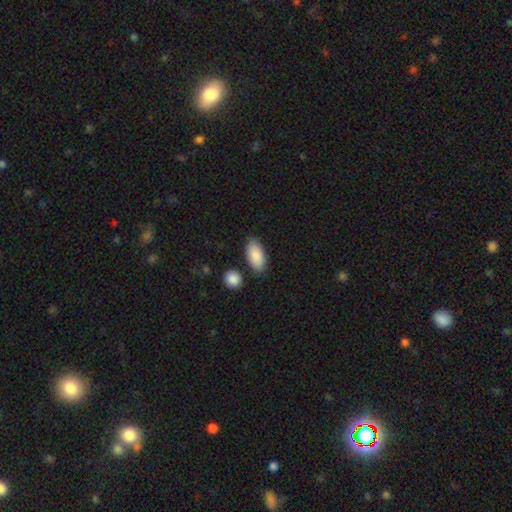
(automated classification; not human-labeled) smooth 88%, featured or disk 6%, star or artifact 6%. Down the decision tree: how rounded — in between (92%); merging — none (80%).